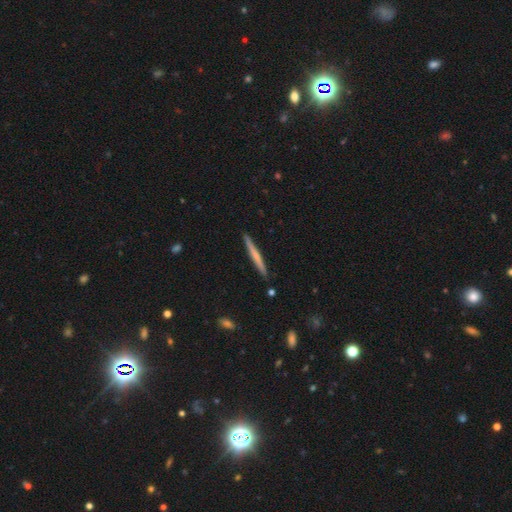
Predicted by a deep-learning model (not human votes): A smooth galaxy with no disk features (53%) that is cigar-shaped (97%).

Vote fractions:
- Smooth or featured? smooth: 53% / featured or disk: 42% / star or artifact: 5%
- How rounded? cigar-shaped: 97% / in between: 2% / round: 1%
- Merging? none: 91% / minor disturbance: 6% / merger: 1% / major disturbance: 1%